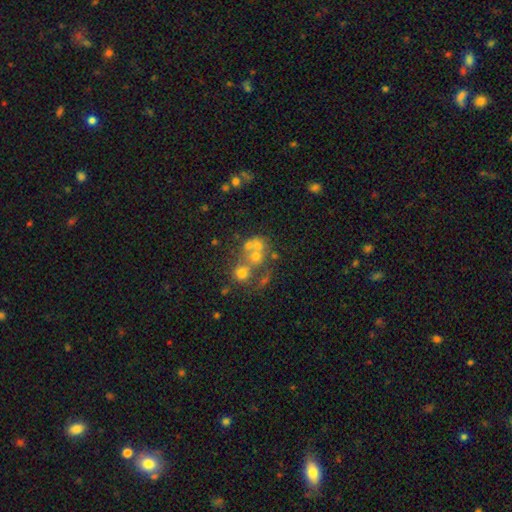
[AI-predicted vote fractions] A smooth galaxy with no disk features (46%). Merging: merger (49%).